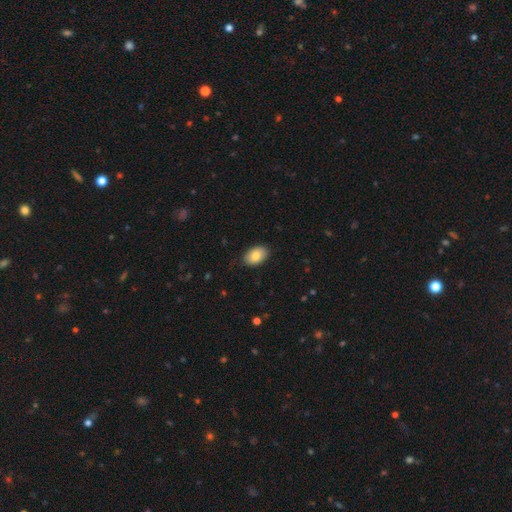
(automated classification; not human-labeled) smooth-or-featured: smooth: 84% | featured or disk: 9% | star or artifact: 7%
  how-rounded: in between: 90% | round: 9% | cigar-shaped: 1%
  merging: none: 85% | minor disturbance: 12% | major disturbance: 2% | merger: 1%